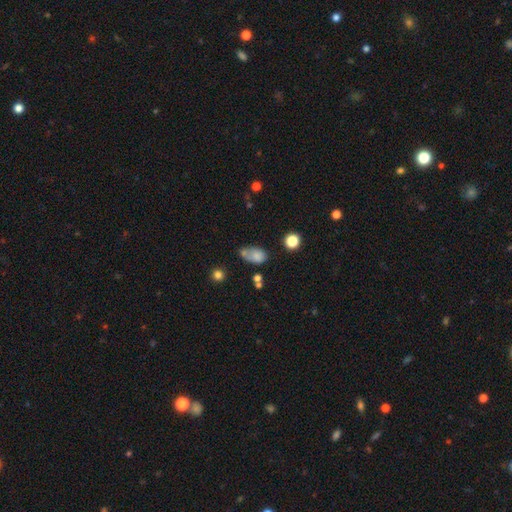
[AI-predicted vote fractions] This is likely a smooth galaxy (71%). How rounded: likely in between (79%). Merging: marginally none (34%).